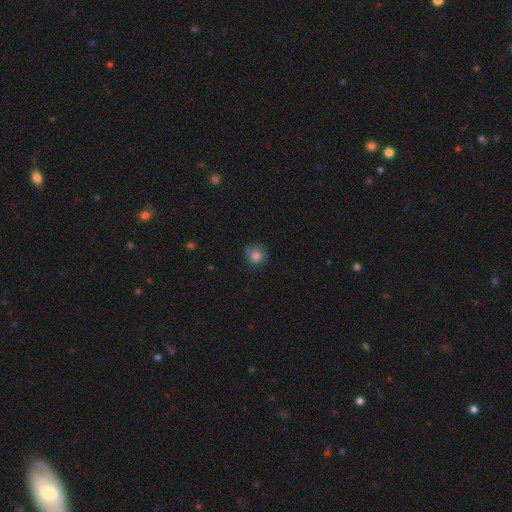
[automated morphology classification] type=smooth (81%); roundness=round (89%); merging=none (71%).